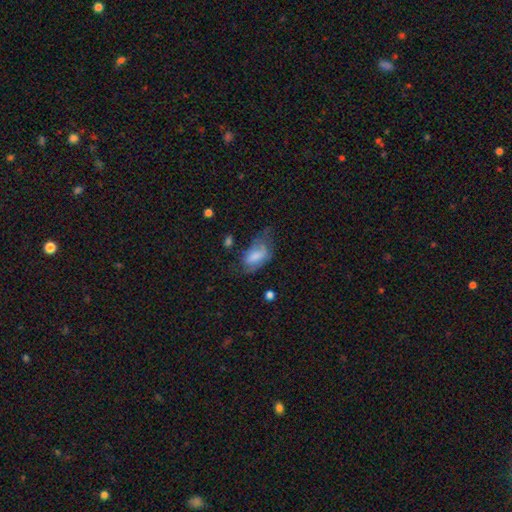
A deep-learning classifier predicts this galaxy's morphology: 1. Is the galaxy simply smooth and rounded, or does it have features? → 67% smooth, 25% featured or disk, 8% star or artifact.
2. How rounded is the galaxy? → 91% in between, 5% round, 4% cigar-shaped.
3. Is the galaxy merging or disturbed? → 33% minor disturbance, 32% major disturbance, 30% none, 4% merger.